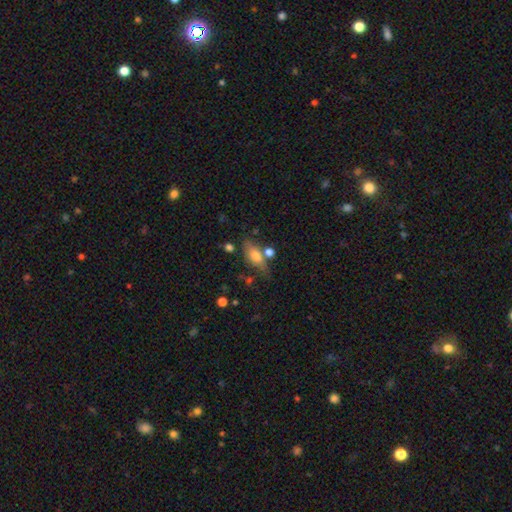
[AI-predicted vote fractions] smooth 67%, featured or disk 25%, star or artifact 8%. Down the decision tree: how rounded — in between (77%); merging — none (58%).